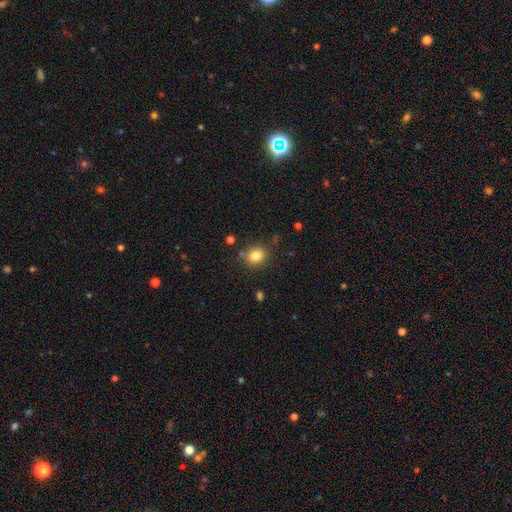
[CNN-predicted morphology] smooth-or-featured: smooth: 82% | star or artifact: 11% | featured or disk: 7%
  how-rounded: round: 63% | in between: 36% | cigar-shaped: 1%
  merging: none: 80% | minor disturbance: 11% | merger: 5% | major disturbance: 3%